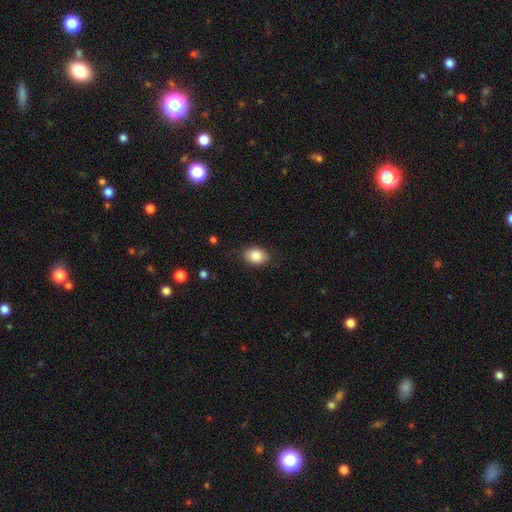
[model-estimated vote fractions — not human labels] This is clearly a smooth galaxy (84%). How rounded: likely in between (76%). Merging: clearly none (82%).